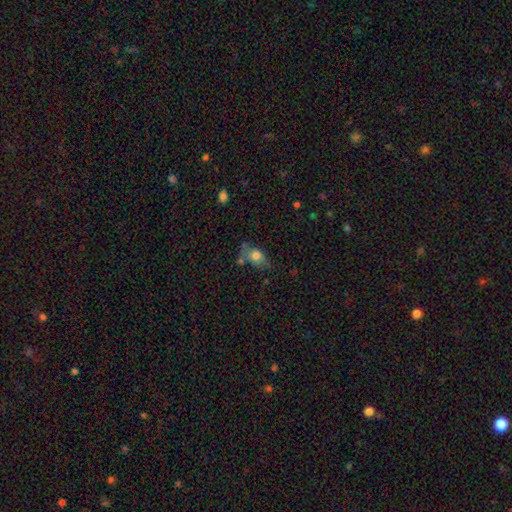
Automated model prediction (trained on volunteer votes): This appears to be a smooth galaxy with no disk features (76%) that is in between round and cigar-shaped (71%). Merging: none (49%).